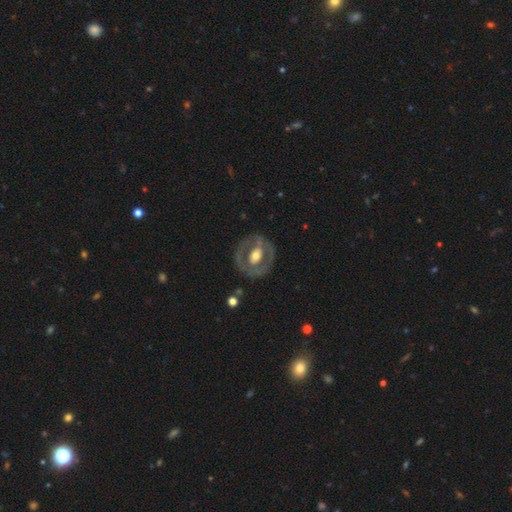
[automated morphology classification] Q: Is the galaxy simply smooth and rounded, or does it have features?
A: featured or disk — 66%.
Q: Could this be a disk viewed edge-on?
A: no — 94%.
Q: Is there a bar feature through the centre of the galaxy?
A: no — 54%.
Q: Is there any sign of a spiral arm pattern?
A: no — 78%.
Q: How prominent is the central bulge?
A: moderate — 64%.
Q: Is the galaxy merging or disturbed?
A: none — 73%.